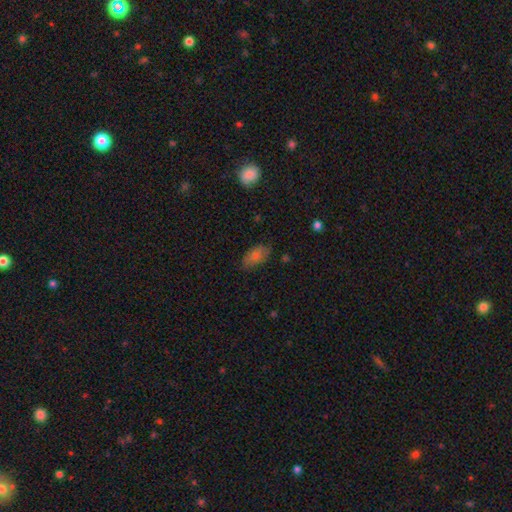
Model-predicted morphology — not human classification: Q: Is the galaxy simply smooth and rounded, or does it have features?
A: smooth — 73%.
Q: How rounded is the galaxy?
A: in between — 88%.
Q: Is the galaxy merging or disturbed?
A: none — 77%.